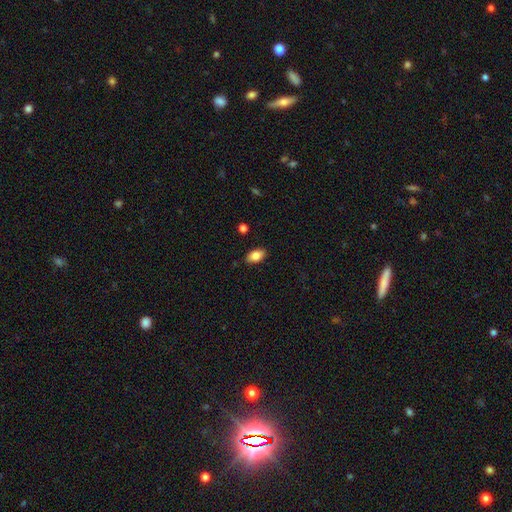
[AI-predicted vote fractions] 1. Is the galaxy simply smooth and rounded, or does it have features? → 83% smooth, 10% featured or disk, 7% star or artifact.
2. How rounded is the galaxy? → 92% in between, 5% round, 2% cigar-shaped.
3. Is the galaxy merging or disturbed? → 88% none, 9% minor disturbance, 2% major disturbance, 1% merger.